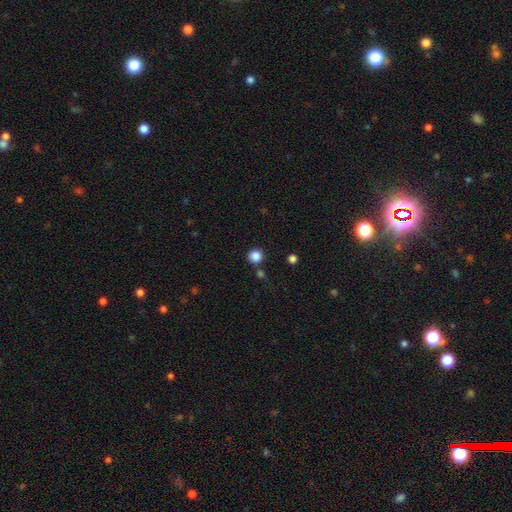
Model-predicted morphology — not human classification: smooth 86%, star or artifact 11%, featured or disk 4%. Down the decision tree: how rounded — round (93%); merging — none (84%).